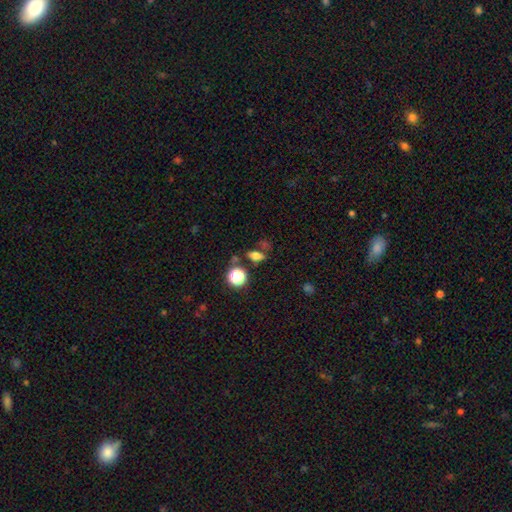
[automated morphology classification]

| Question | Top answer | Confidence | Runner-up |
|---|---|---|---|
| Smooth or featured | smooth | 65% | star or artifact (21%) |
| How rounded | in between | 67% | round (22%) |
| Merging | none | 67% | minor disturbance (15%) |